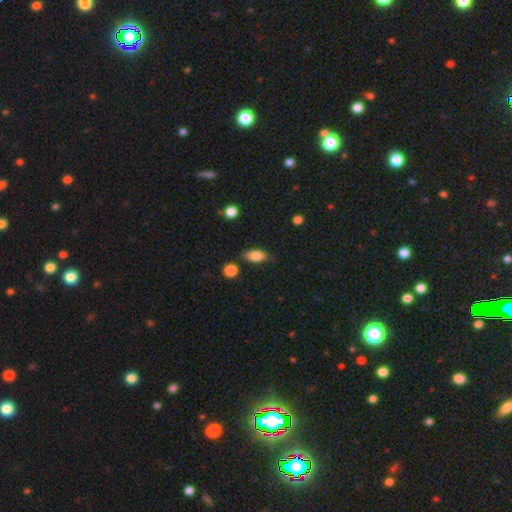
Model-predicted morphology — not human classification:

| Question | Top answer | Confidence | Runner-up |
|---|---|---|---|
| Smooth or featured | smooth | 81% | featured or disk (11%) |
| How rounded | in between | 86% | cigar-shaped (8%) |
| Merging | none | 78% | minor disturbance (16%) |